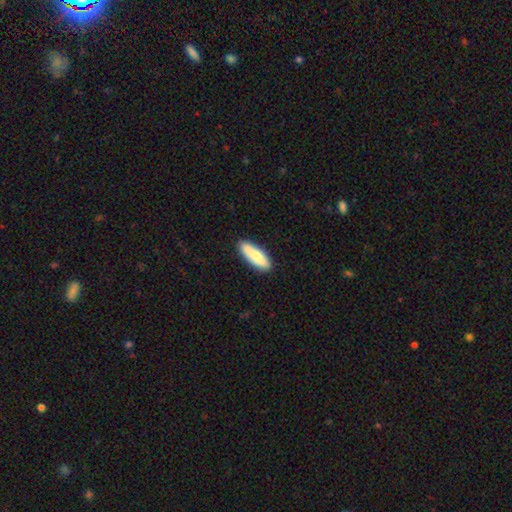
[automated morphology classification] Smooth or featured?
  - smooth: 80% *
  - featured or disk: 15%
  - star or artifact: 5%
How rounded?
  - in between: 54% *
  - cigar-shaped: 45%
  - round: 2%
Merging?
  - none: 87% *
  - minor disturbance: 10%
  - major disturbance: 2%
  - merger: 1%